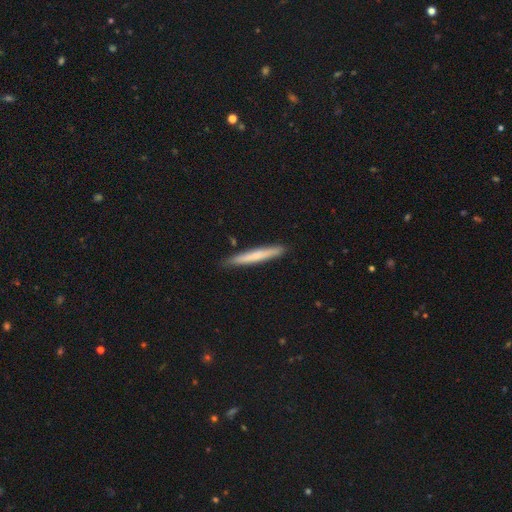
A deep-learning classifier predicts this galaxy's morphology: This appears to be a smooth galaxy with no disk features (60%) that is cigar-shaped (96%). Merging: none (89%).